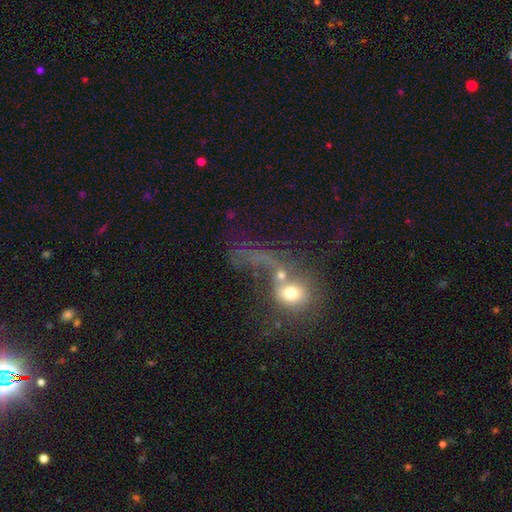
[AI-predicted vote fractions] Smooth or featured?
  - smooth: 45% *
  - featured or disk: 35%
  - star or artifact: 19%
Merging?
  - merger: 44% *
  - major disturbance: 31%
  - none: 16%
  - minor disturbance: 8%